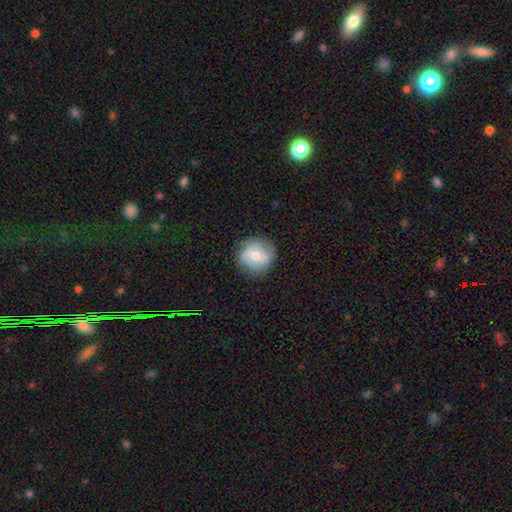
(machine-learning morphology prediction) This is likely a featured or disk galaxy (61%). It is clearly not viewed edge-on (97%). Bar: possibly no (46%). Spiral arm pattern: clearly yes (82%). Central bulge: likely moderate (67%). Merging: likely none (76%).